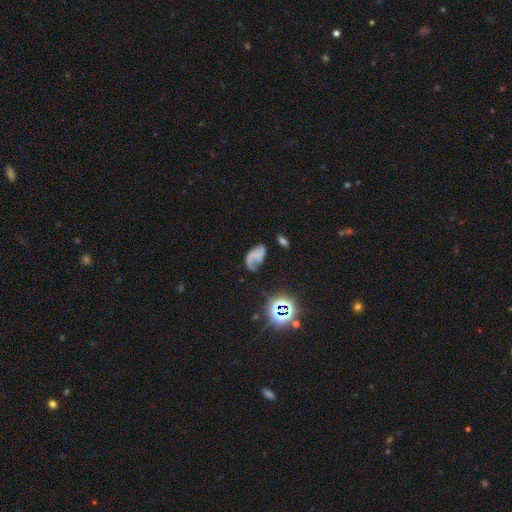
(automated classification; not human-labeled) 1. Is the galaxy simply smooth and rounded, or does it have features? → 50% featured or disk, 34% smooth, 16% star or artifact.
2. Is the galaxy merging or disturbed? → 39% none, 29% major disturbance, 26% minor disturbance, 5% merger.